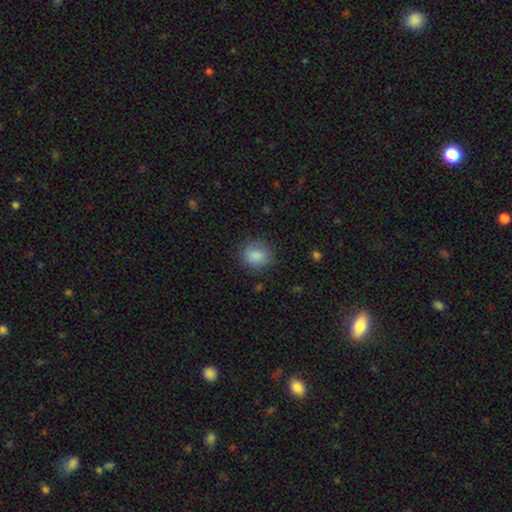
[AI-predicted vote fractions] This is clearly a smooth galaxy (86%). How rounded: likely round (66%). Merging: clearly none (80%).